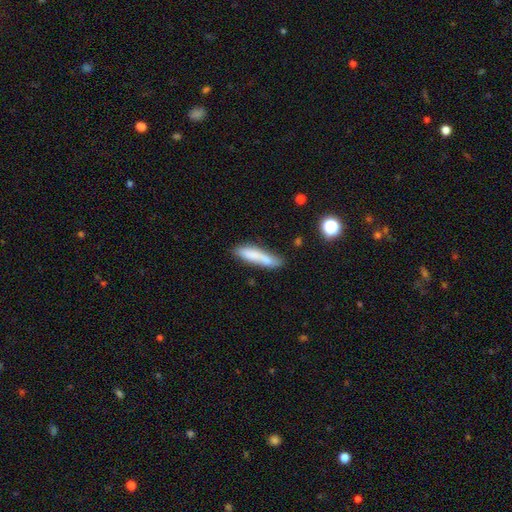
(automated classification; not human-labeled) smooth 74%, featured or disk 19%, star or artifact 8%. Down the decision tree: how rounded — cigar-shaped (81%); merging — none (63%).